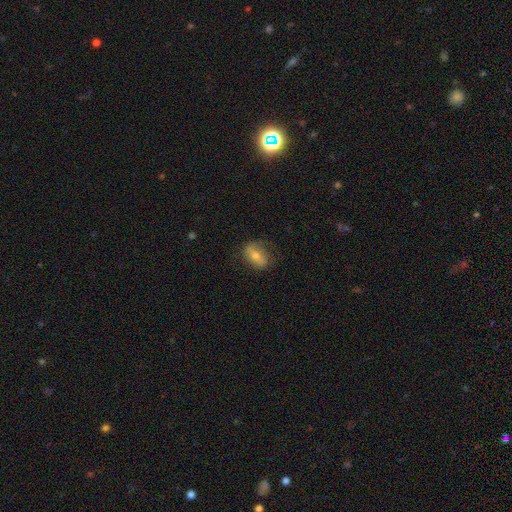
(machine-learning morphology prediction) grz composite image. It shows a smooth galaxy with no disk features (45%, tied with featured or disk). Merging: none (70%).